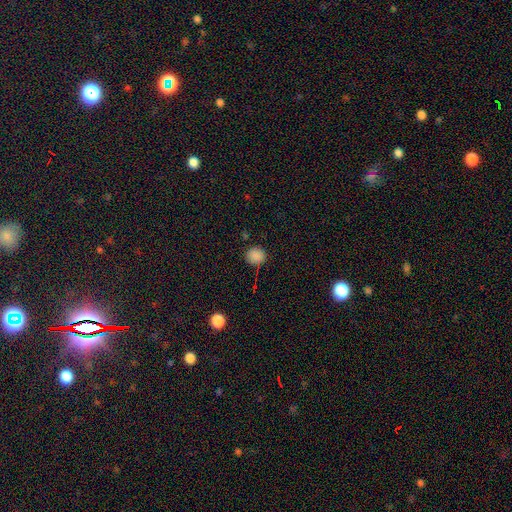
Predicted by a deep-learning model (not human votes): This appears to be a smooth galaxy with no disk features (85%) that is round (87%). Merging: none (78%).